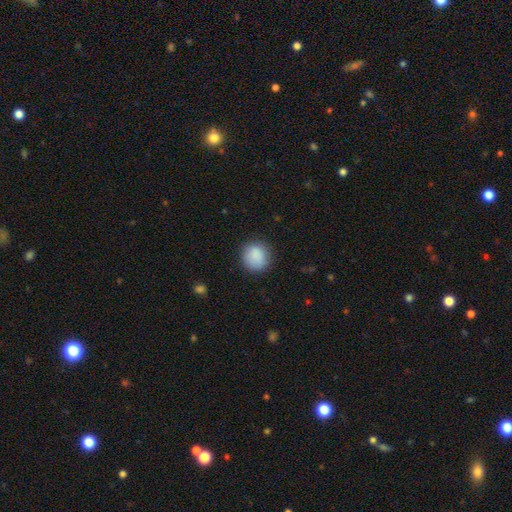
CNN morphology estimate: This is clearly a smooth galaxy (88%). How rounded: clearly round (89%). Merging: clearly none (83%).